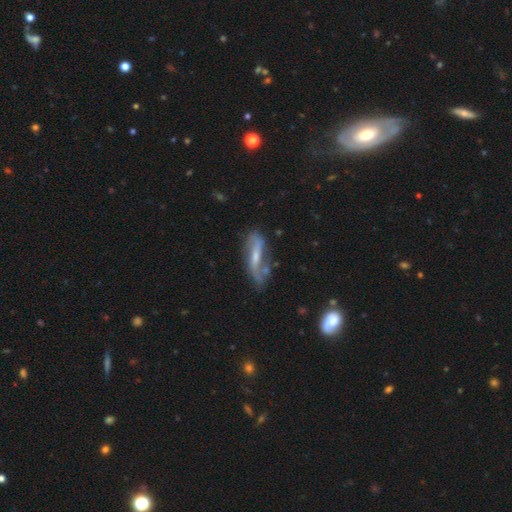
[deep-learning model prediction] Smooth or featured?
  - featured or disk: 69% *
  - smooth: 22%
  - star or artifact: 9%
Edge-on disk?
  - no: 77% *
  - yes: 23%
Bar?
  - weak: 39% *
  - strong: 35%
  - no: 26%
Spiral arms?
  - yes: 82% *
  - no: 18%
Bulge size?
  - small: 49% *
  - moderate: 38%
  - none: 9%
  - large: 3%
  - dominant: 1%
Merging?
  - none: 54% *
  - minor disturbance: 25%
  - major disturbance: 14%
  - merger: 7%